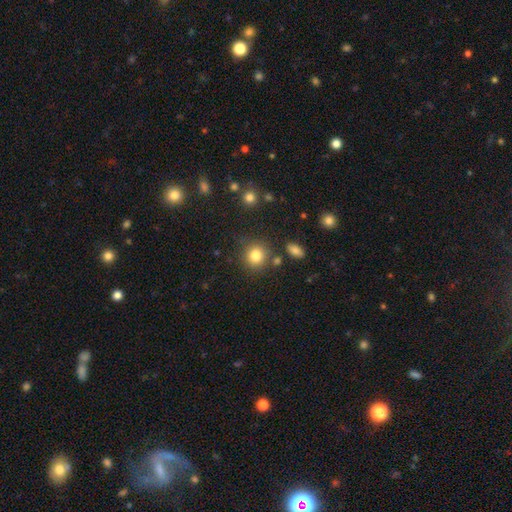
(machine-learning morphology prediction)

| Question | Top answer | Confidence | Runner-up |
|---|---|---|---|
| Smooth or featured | smooth | 83% | star or artifact (11%) |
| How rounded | round | 88% | in between (12%) |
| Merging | none | 82% | minor disturbance (9%) |